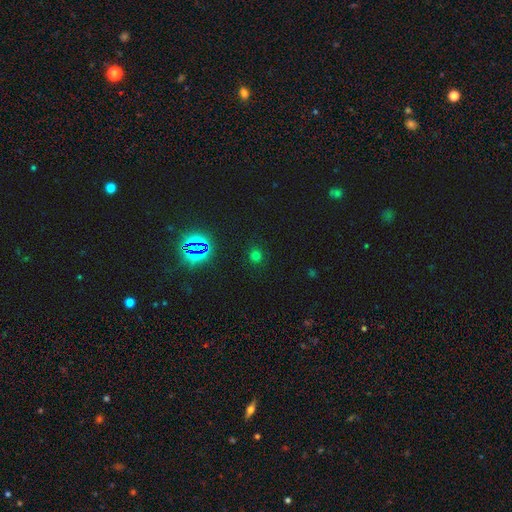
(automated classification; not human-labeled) This appears to be a smooth galaxy with no disk features (63%) that is round (86%). Merging: none (88%).